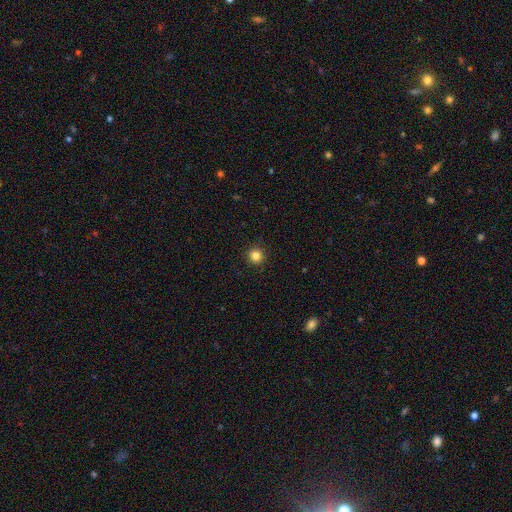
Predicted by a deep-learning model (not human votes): This appears to be a smooth galaxy with no disk features (84%) that is round (96%). Merging: none (92%).